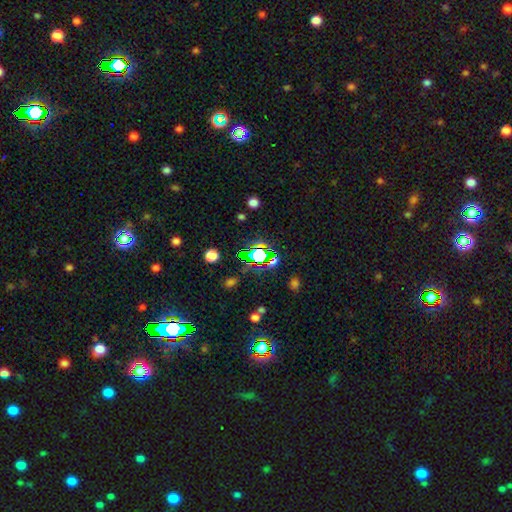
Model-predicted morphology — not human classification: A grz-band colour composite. It shows a star or artifact, not a galaxy (62%).